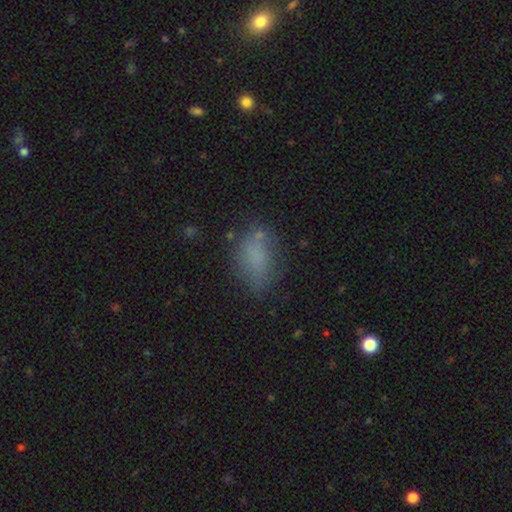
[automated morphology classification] The model was most divided on "merging": none: 63%, minor disturbance: 23%, major disturbance: 10%, merger: 4%. More confident: how rounded — in between (86%); smooth or featured — smooth (75%).